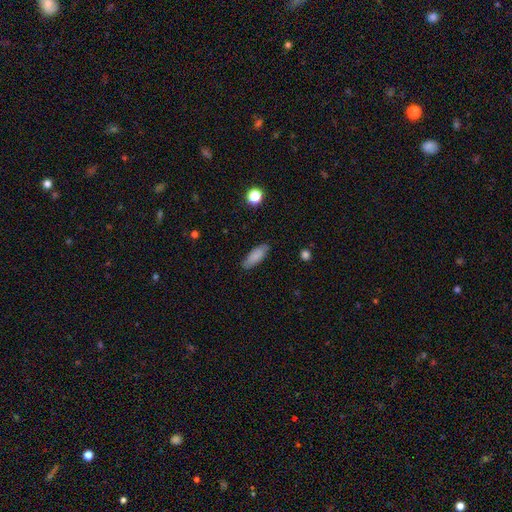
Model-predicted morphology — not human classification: A smooth galaxy with no disk features (83%) that is in between round and cigar-shaped (71%).

Vote fractions:
- Smooth or featured? smooth: 83% / featured or disk: 10% / star or artifact: 7%
- How rounded? in between: 71% / cigar-shaped: 27% / round: 2%
- Merging? none: 83% / minor disturbance: 13% / major disturbance: 2% / merger: 1%